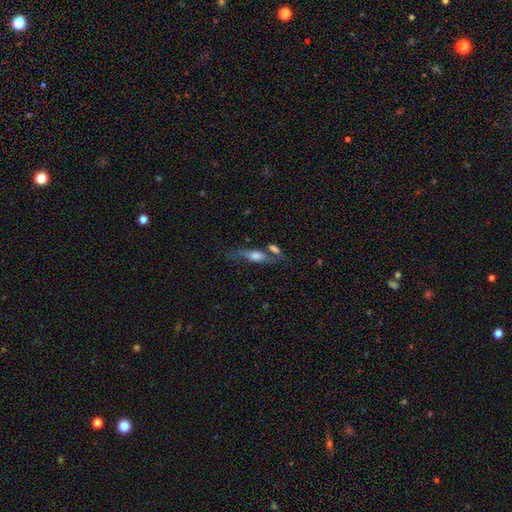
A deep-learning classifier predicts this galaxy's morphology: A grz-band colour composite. It shows a featured or disk galaxy (48%). Merging: none (54%).